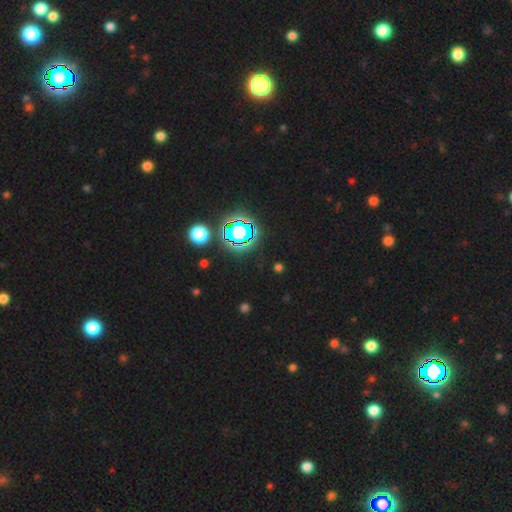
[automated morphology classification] This appears to be a star or artifact, not a galaxy (79%).